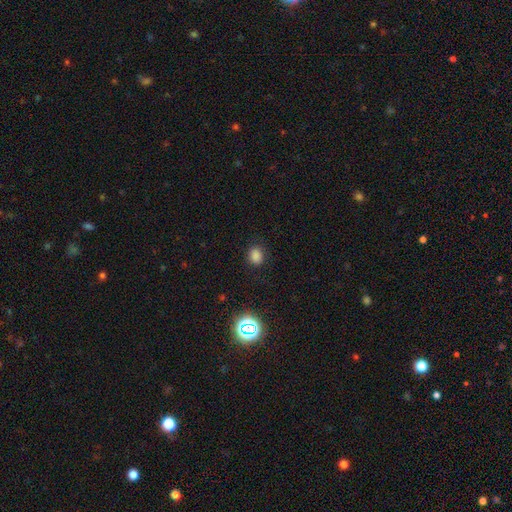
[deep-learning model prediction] smooth-or-featured: smooth: 81% | star or artifact: 16% | featured or disk: 4%
  how-rounded: round: 56% | in between: 43% | cigar-shaped: 1%
  merging: none: 85% | minor disturbance: 10% | major disturbance: 3% | merger: 1%